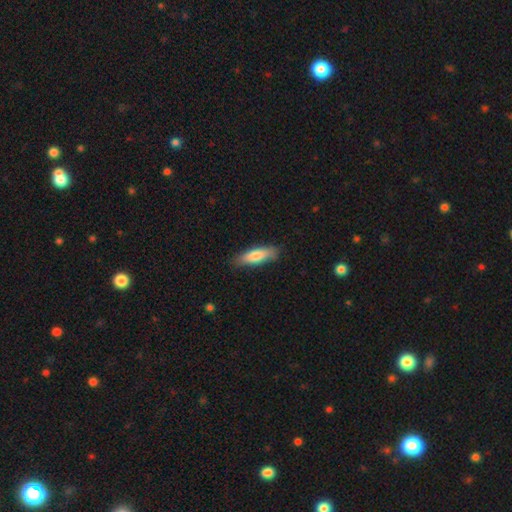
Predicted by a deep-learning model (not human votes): The model was most divided on "how rounded": cigar-shaped: 58%, in between: 41%, round: 2%. More confident: merging — none (83%); smooth or featured — smooth (78%).